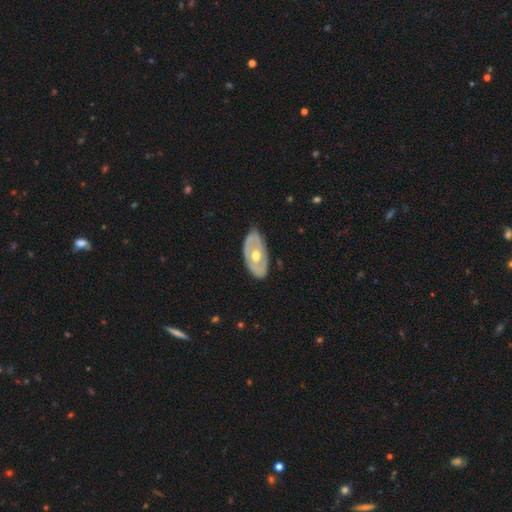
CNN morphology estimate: smooth-or-featured: featured or disk: 61% | smooth: 34% | star or artifact: 5%
  disk-edge-on: no: 87% | yes: 13%
    bar: no: 85% | weak: 11% | strong: 4%
    has-spiral-arms: no: 80% | yes: 20%
    bulge-size: moderate: 78% | large: 11% | small: 9% | dominant: 1% | none: 1%
  merging: none: 79% | minor disturbance: 16% | major disturbance: 4% | merger: 1%